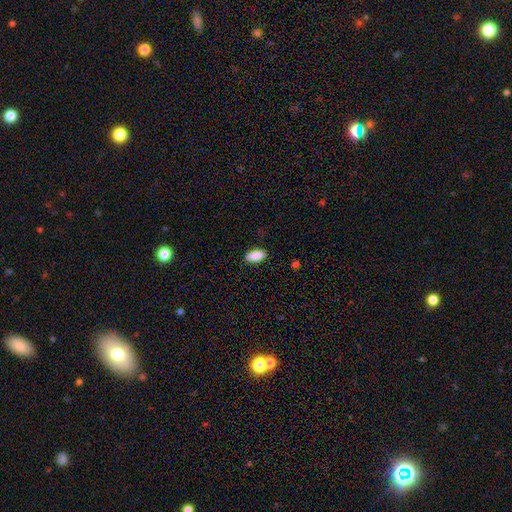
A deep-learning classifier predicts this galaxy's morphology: Smooth or featured? smooth (89%)
How rounded? in between (89%)
Merging? none (86%)